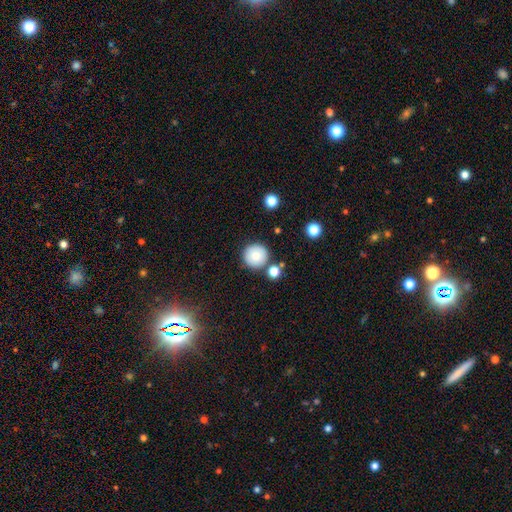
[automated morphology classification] Smooth or featured?
  - smooth: 84% *
  - star or artifact: 9%
  - featured or disk: 7%
How rounded?
  - round: 95% *
  - in between: 4%
  - cigar-shaped: 1%
Merging?
  - none: 83% *
  - minor disturbance: 8%
  - merger: 7%
  - major disturbance: 2%